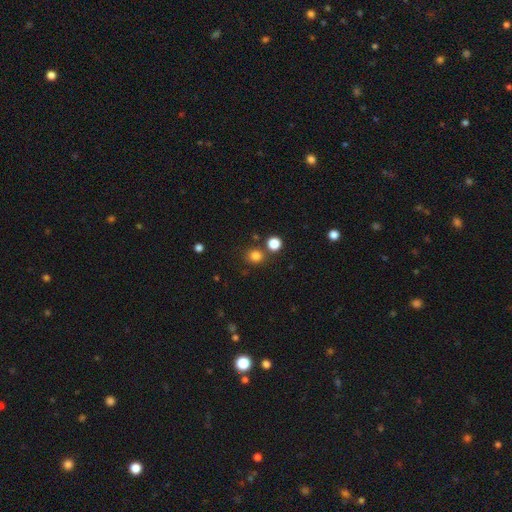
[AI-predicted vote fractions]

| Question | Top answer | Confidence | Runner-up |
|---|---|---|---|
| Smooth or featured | smooth | 81% | star or artifact (15%) |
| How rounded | round | 86% | in between (13%) |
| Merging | none | 78% | merger (11%) |